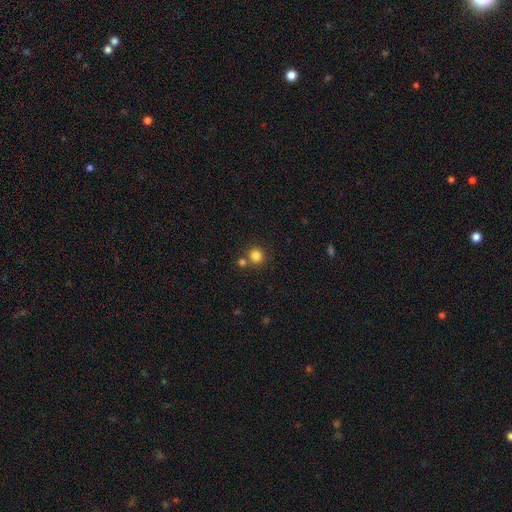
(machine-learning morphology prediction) This is clearly a smooth galaxy (83%). How rounded: clearly round (88%). Merging: likely none (68%).